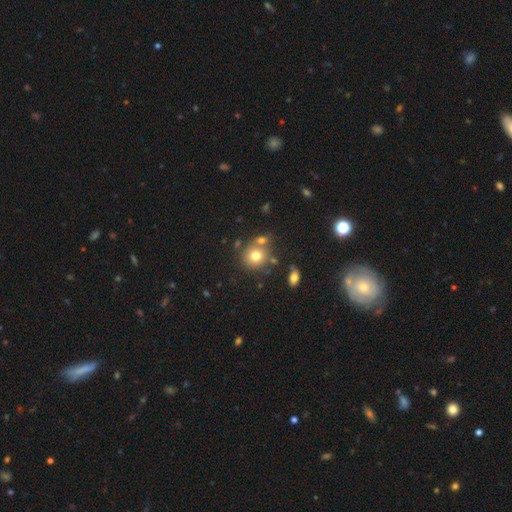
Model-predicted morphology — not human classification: This appears to be a smooth galaxy with no disk features (73%) that is round (84%). Merging: none (65%).